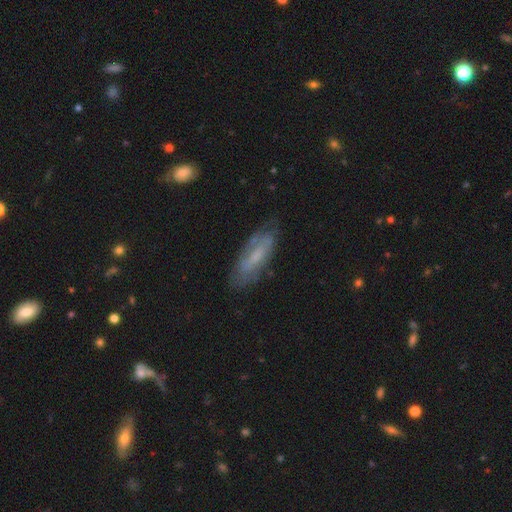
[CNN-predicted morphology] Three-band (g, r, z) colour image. It shows a featured or disk galaxy (50%). Merging: none (72%).